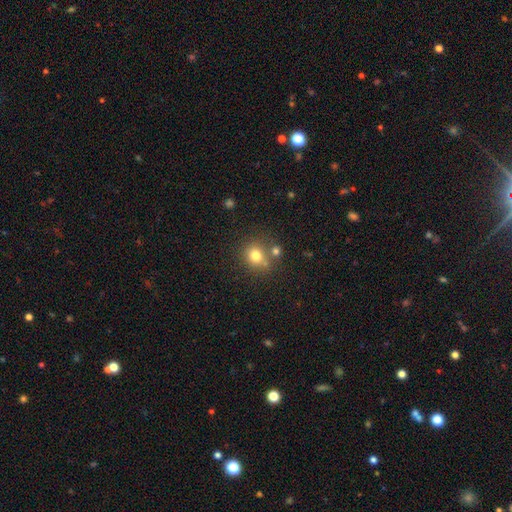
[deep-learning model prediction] Q: Smooth or featured?
A: smooth (76%); runner-up: star or artifact (14%)
Q: How rounded?
A: round (81%); runner-up: in between (18%)
Q: Merging?
A: none (64%); runner-up: merger (20%)